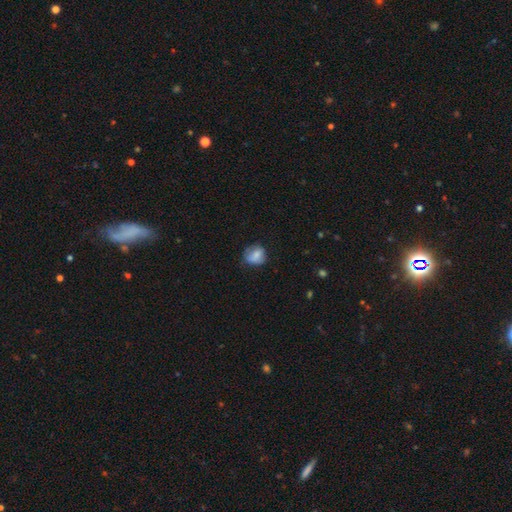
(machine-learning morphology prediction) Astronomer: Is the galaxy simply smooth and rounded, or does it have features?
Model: smooth — 73%.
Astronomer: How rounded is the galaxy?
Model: round — 67%.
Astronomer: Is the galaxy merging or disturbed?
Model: none — 58%.